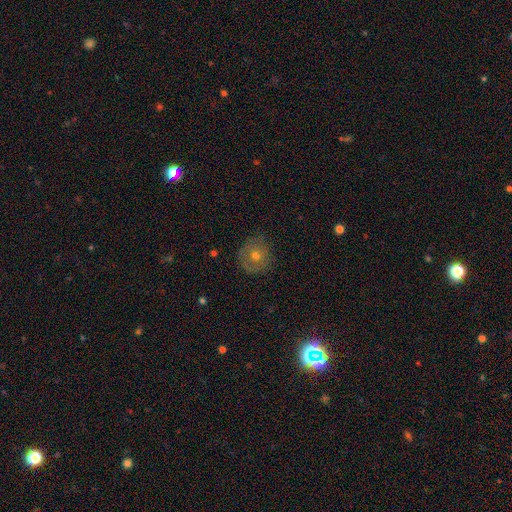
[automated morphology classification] A smooth galaxy with no disk features (50%) that is round (90%).

Vote fractions:
- Smooth or featured? smooth: 50% / featured or disk: 36% / star or artifact: 14%
- How rounded? round: 90% / in between: 9% / cigar-shaped: 1%
- Merging? none: 79% / minor disturbance: 15% / major disturbance: 5% / merger: 1%